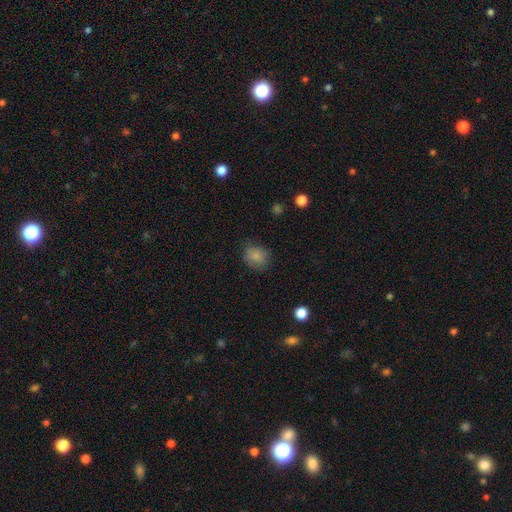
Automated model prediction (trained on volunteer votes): Smooth or featured? smooth (84%)
How rounded? round (62%)
Merging? none (75%)